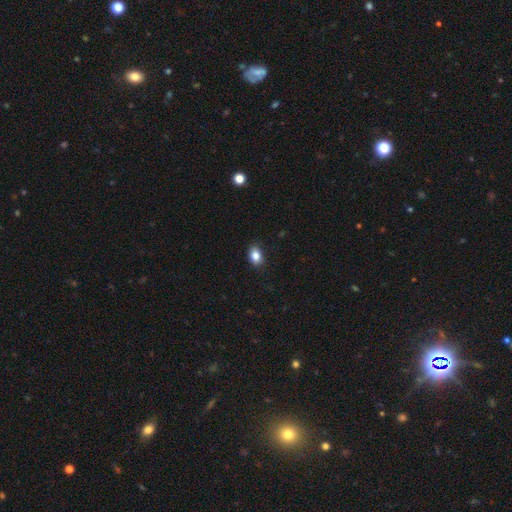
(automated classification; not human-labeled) A smooth galaxy with no disk features (85%) that is in between round and cigar-shaped (79%). Merging: none (87%).